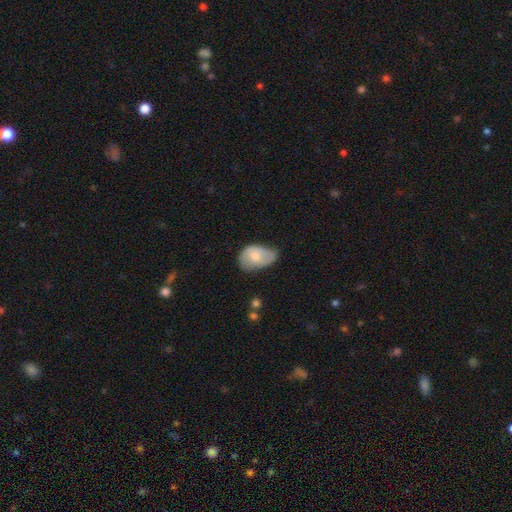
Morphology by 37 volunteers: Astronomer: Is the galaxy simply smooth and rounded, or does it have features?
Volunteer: smooth — 62%.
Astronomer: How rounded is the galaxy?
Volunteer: in between — 96%.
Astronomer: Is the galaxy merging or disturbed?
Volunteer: minor disturbance — 71%.